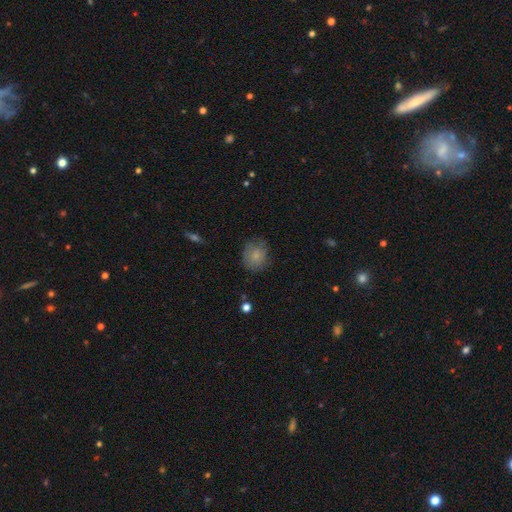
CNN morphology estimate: The model was most divided on "how rounded": round: 68%, in between: 31%, cigar-shaped: 1%. More confident: smooth or featured — smooth (79%); merging — none (71%).